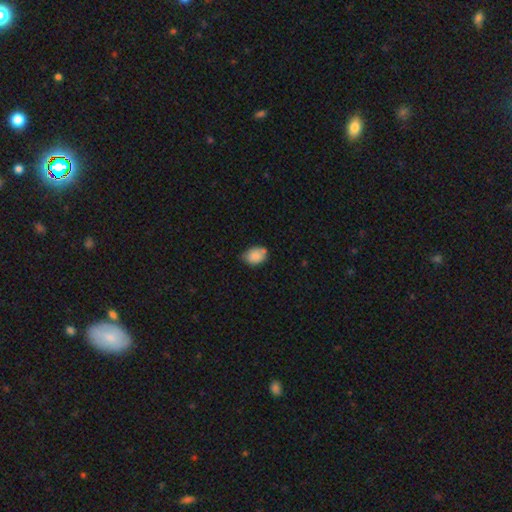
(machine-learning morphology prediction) Smooth or featured: smooth — 85% (star or artifact — 8%)
How rounded: in between — 73% (round — 26%)
Merging: none — 62% (minor disturbance — 26%)